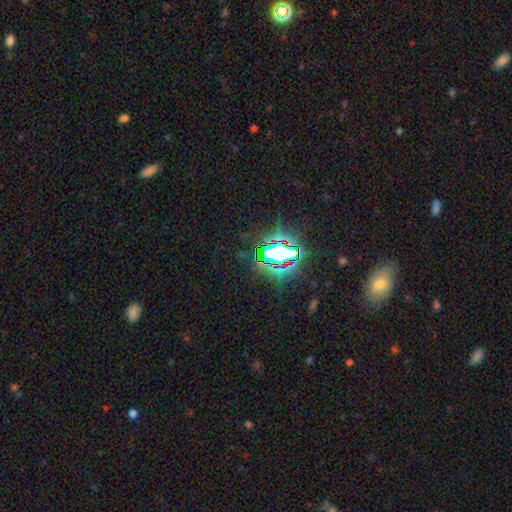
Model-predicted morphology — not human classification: Smooth or featured?
  - star or artifact: 80% *
  - smooth: 12%
  - featured or disk: 8%